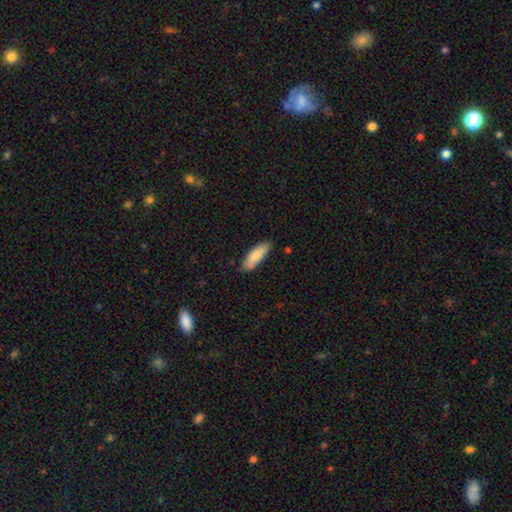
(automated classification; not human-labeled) Q: Smooth or featured?
A: smooth (81%); runner-up: featured or disk (13%)
Q: How rounded?
A: in between (57%); runner-up: cigar-shaped (41%)
Q: Merging?
A: none (77%); runner-up: minor disturbance (17%)